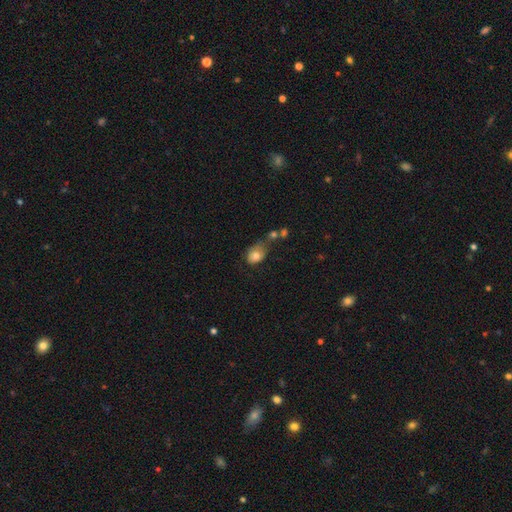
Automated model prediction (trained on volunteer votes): A smooth galaxy with no disk features (78%) that is in between round and cigar-shaped (69%). Merging: none (32%).